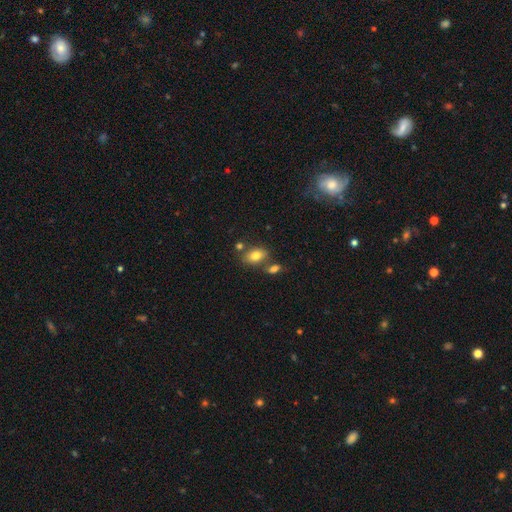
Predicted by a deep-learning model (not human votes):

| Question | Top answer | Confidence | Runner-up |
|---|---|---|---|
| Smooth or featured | smooth | 78% | featured or disk (12%) |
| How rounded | in between | 82% | round (16%) |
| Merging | none | 62% | merger (21%) |